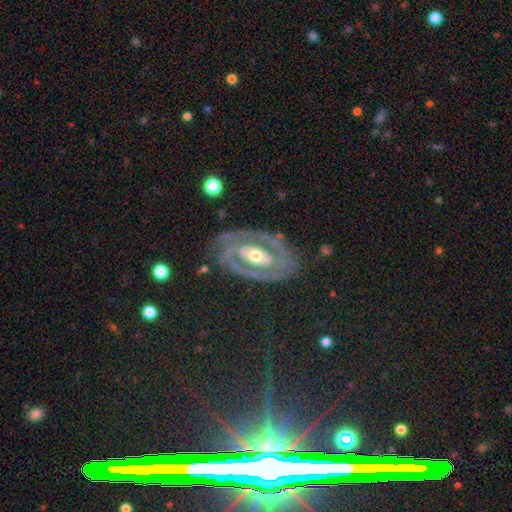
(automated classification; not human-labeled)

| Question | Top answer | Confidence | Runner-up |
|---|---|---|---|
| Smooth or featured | featured or disk | 86% | smooth (9%) |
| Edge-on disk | no | 95% | yes (5%) |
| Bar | no | 59% | weak (25%) |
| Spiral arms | yes | 82% | no (18%) |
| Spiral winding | tight | 59% | medium (30%) |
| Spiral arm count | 2 | 65% | can't tell (16%) |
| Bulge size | moderate | 69% | small (17%) |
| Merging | none | 73% | minor disturbance (16%) |